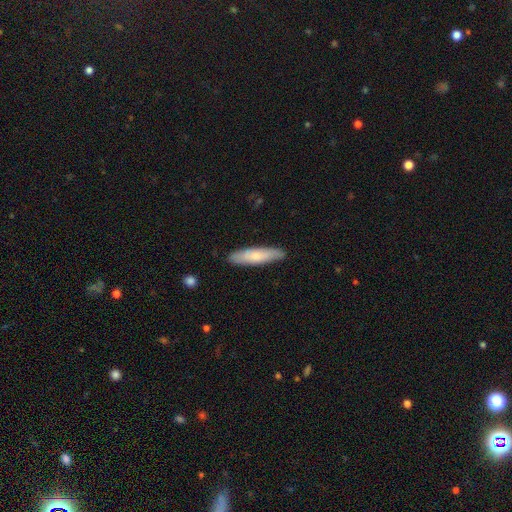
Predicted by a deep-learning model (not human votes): This appears to be a smooth galaxy with no disk features (68%) that is cigar-shaped (77%). Merging: none (88%).